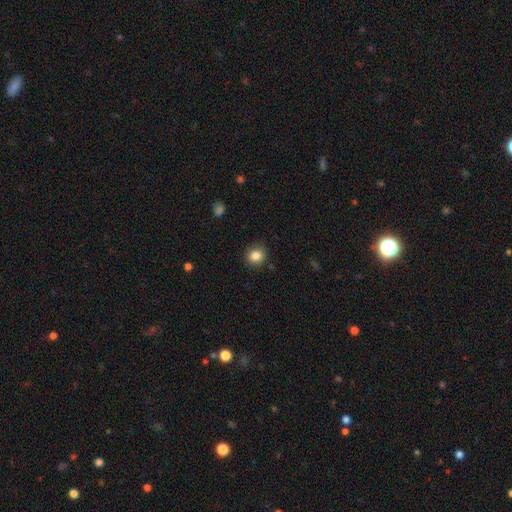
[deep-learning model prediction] Smooth or featured? Predicted: smooth (p=0.84). How rounded? Predicted: round (p=0.84). Merging? Predicted: none (p=0.88).